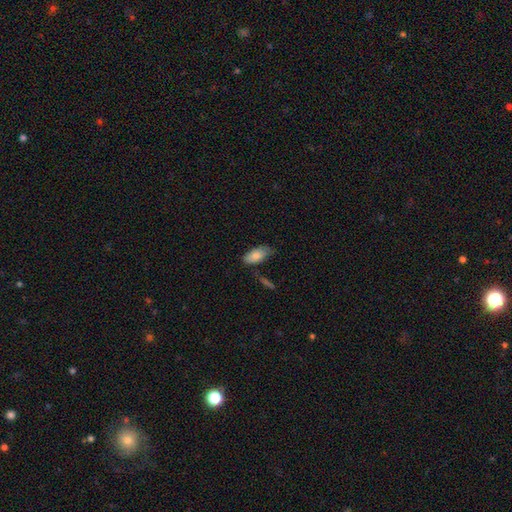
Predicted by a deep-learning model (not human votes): smooth-or-featured: smooth: 80% | featured or disk: 14% | star or artifact: 7%
  how-rounded: in between: 92% | cigar-shaped: 6% | round: 3%
  merging: none: 58% | minor disturbance: 31% | major disturbance: 6% | merger: 4%